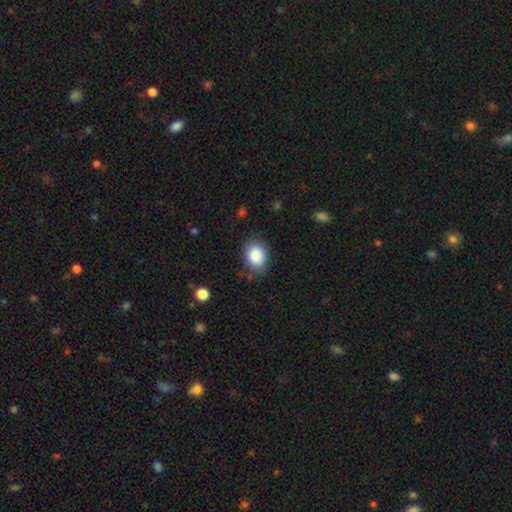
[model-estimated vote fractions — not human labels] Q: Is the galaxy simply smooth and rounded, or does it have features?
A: smooth — 87%.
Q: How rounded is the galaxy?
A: in between — 67%.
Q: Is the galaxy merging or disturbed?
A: none — 81%.